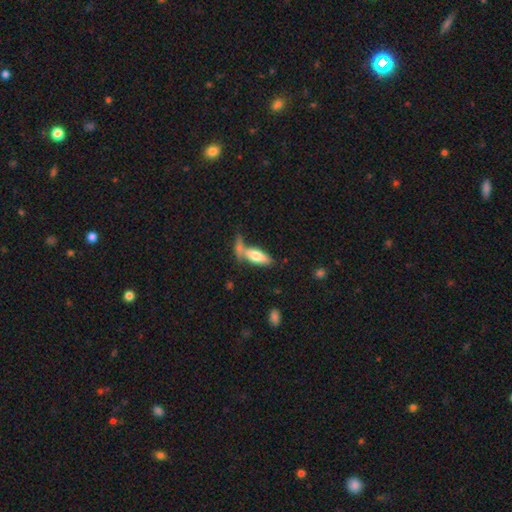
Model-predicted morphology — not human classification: This is likely a smooth galaxy (72%). How rounded: likely in between (70%). Merging: marginally none (44%).